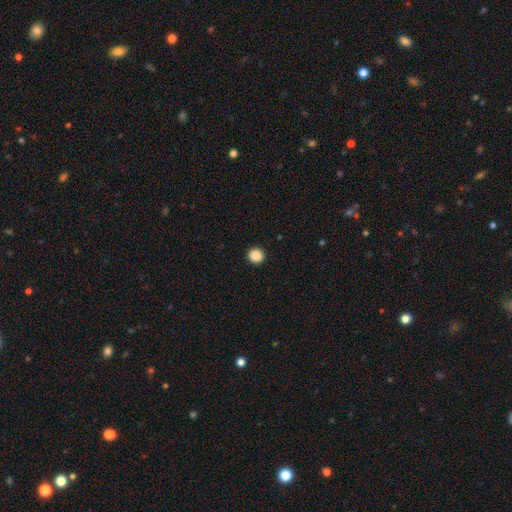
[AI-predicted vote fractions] smooth-or-featured: smooth: 87% | star or artifact: 10% | featured or disk: 3%
  how-rounded: round: 93% | in between: 6% | cigar-shaped: 1%
  merging: none: 93% | minor disturbance: 4% | major disturbance: 1% | merger: 1%